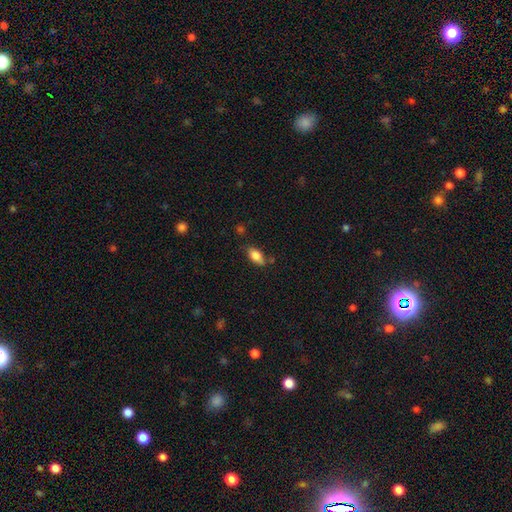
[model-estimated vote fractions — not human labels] This is likely a smooth galaxy (79%). How rounded: clearly in between (87%). Merging: likely none (72%).